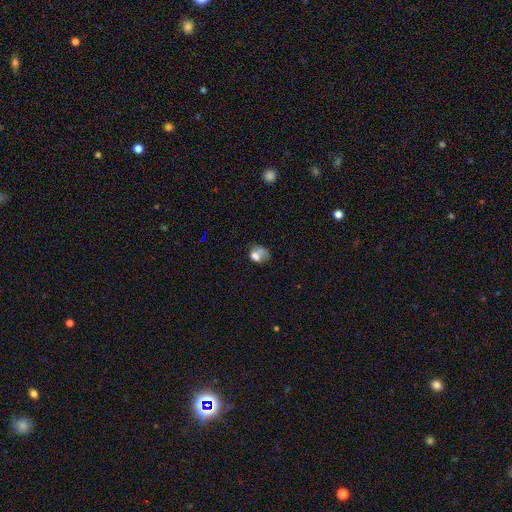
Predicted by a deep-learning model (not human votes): A smooth galaxy with no disk features (62%) that is in between round and cigar-shaped (60%).

Vote fractions:
- Smooth or featured? smooth: 62% / featured or disk: 24% / star or artifact: 14%
- How rounded? in between: 60% / round: 38% / cigar-shaped: 1%
- Merging? major disturbance: 32% / none: 27% / merger: 21% / minor disturbance: 21%